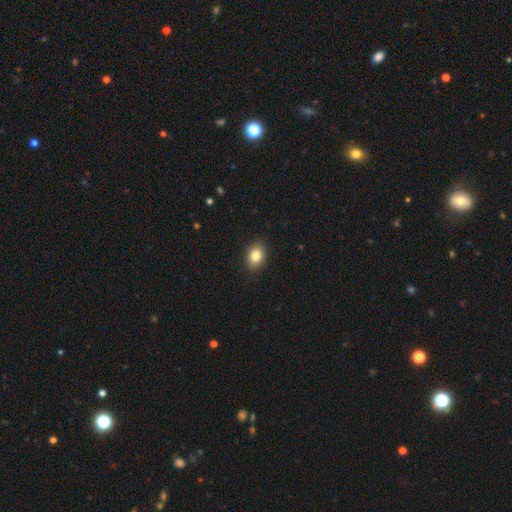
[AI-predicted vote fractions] The model was most divided on "how rounded": in between: 67%, round: 32%, cigar-shaped: 1%. More confident: merging — none (89%); smooth or featured — smooth (83%).